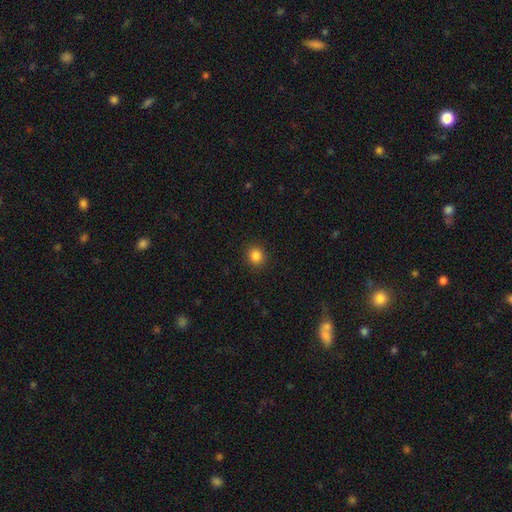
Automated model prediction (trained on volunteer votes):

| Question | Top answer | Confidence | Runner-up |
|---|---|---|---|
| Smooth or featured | smooth | 85% | star or artifact (11%) |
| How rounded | round | 82% | in between (18%) |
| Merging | none | 91% | minor disturbance (6%) |